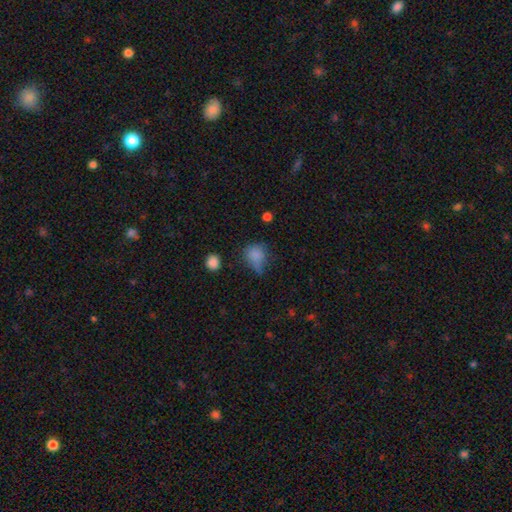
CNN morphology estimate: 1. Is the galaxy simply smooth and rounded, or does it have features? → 79% smooth, 13% star or artifact, 8% featured or disk.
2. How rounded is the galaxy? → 65% round, 34% in between, 2% cigar-shaped.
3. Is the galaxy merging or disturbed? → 41% none, 36% minor disturbance, 18% major disturbance, 5% merger.